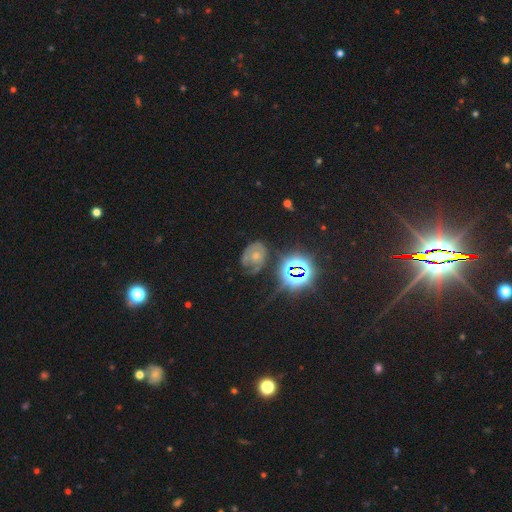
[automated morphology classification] smooth-or-featured: featured or disk: 44% | smooth: 29% | star or artifact: 27%
  merging: none: 43% | minor disturbance: 29% | major disturbance: 23% | merger: 5%